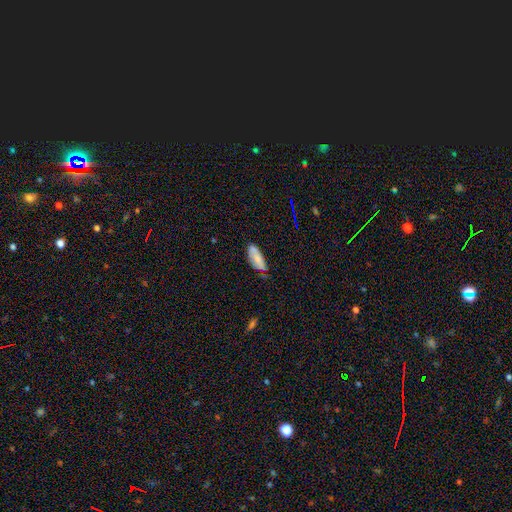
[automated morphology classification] smooth_or_featured: smooth (p=0.75) [alt: featured or disk p=0.17]
how_rounded: in between (p=0.78) [alt: cigar-shaped p=0.20]
merging: none (p=0.57) [alt: minor disturbance p=0.32]